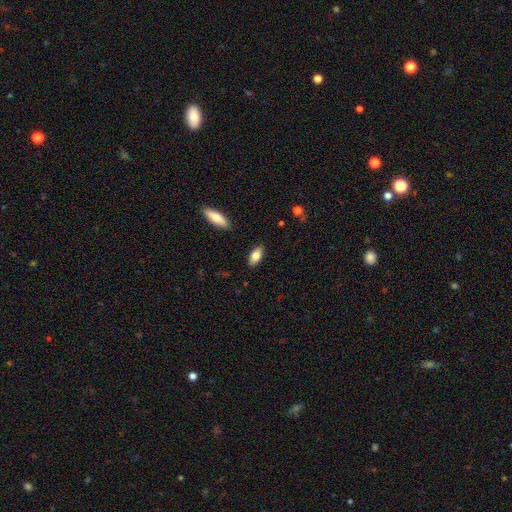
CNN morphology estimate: The model was most divided on "smooth or featured": smooth: 80%, featured or disk: 14%, star or artifact: 7%. More confident: how rounded — in between (88%); merging — none (87%).